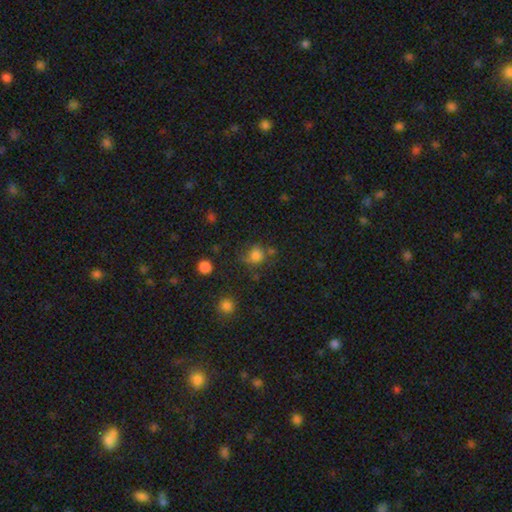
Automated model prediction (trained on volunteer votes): smooth-or-featured: smooth: 75% | star or artifact: 16% | featured or disk: 9%
  how-rounded: round: 83% | in between: 16% | cigar-shaped: 1%
  merging: none: 61% | minor disturbance: 19% | merger: 10% | major disturbance: 10%